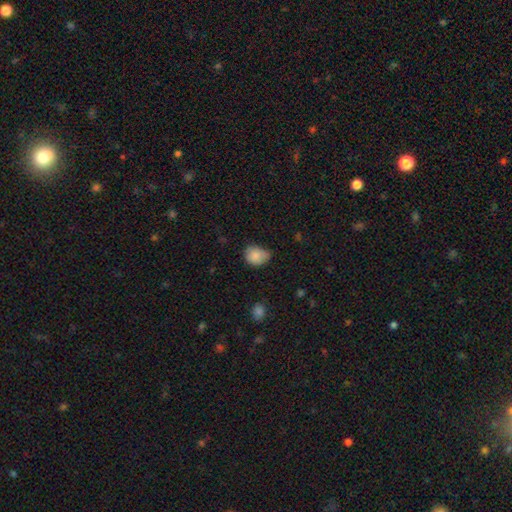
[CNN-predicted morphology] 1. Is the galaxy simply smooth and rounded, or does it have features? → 84% smooth, 9% star or artifact, 7% featured or disk.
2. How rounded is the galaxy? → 50% in between, 49% round, 1% cigar-shaped.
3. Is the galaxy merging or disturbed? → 45% none, 43% minor disturbance, 9% major disturbance, 3% merger.